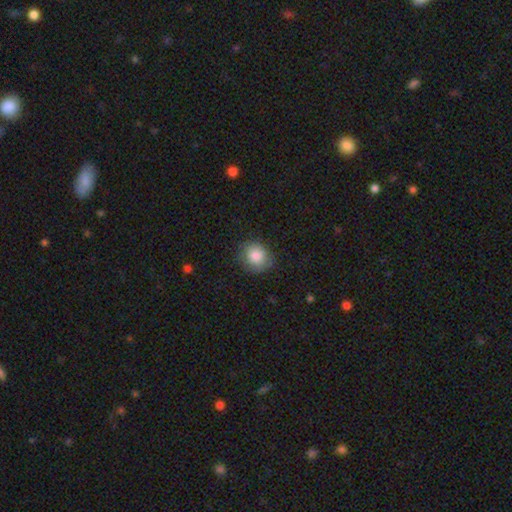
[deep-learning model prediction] smooth_or_featured: smooth (p=0.85) [alt: star or artifact p=0.08]
how_rounded: round (p=0.82) [alt: in between p=0.17]
merging: none (p=0.78) [alt: minor disturbance p=0.17]